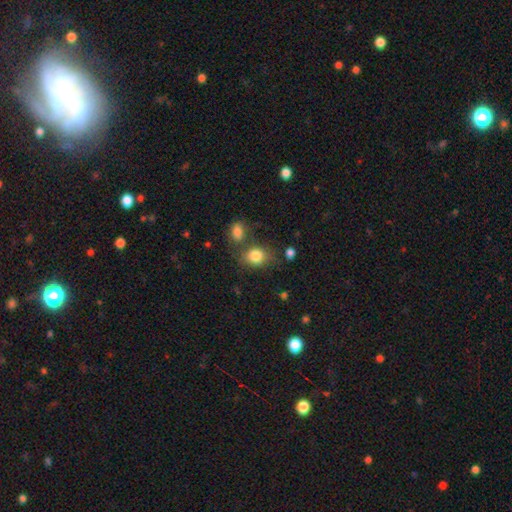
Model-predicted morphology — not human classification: type=smooth (82%); roundness=round (53%); merging=none (60%).